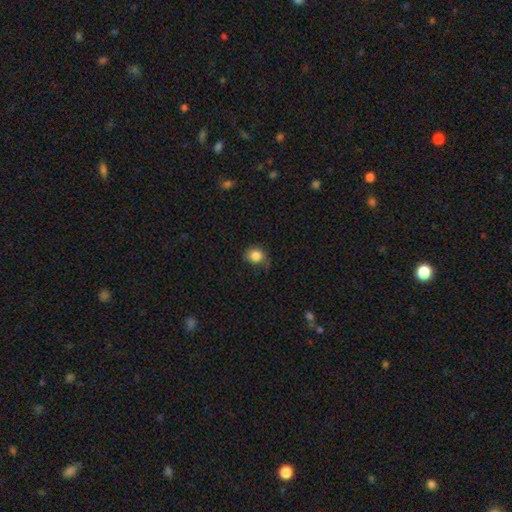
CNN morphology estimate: Smooth or featured? smooth (84%)
How rounded? round (72%)
Merging? none (57%)